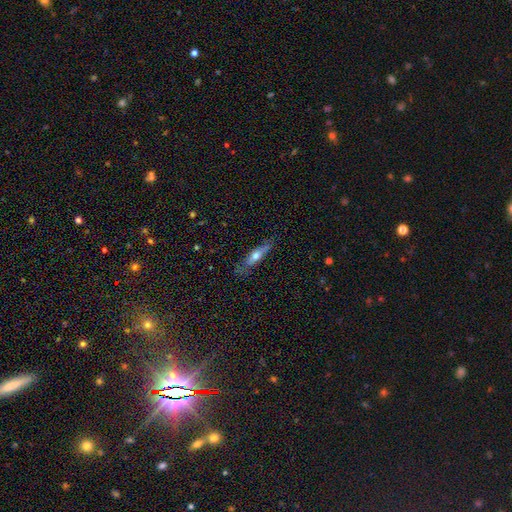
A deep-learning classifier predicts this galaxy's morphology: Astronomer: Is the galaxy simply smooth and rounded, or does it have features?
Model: smooth — 53% (runner-up: featured or disk, 41%).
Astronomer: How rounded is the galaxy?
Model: cigar-shaped — 68%.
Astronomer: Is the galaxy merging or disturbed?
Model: none — 70%.